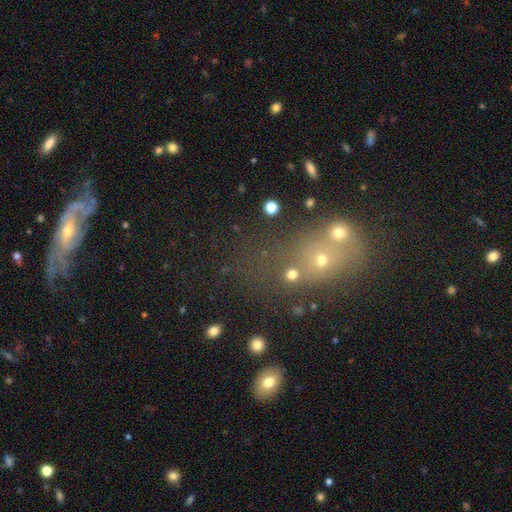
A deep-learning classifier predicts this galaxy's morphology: This is marginally a star or artifact rather than a galaxy (39%, tied with smooth).